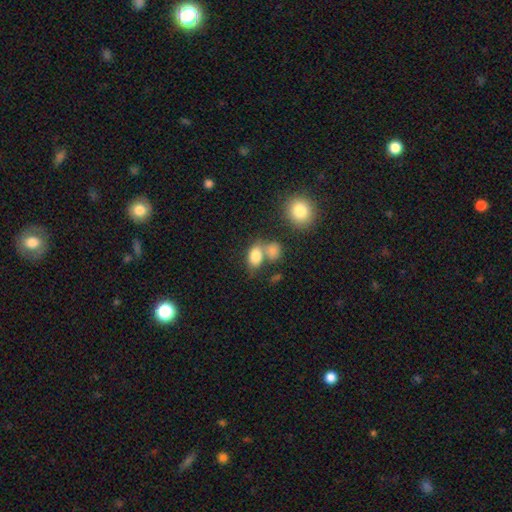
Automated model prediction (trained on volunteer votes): This is clearly a smooth galaxy (81%). How rounded: likely in between (72%). Merging: marginally none (42%).